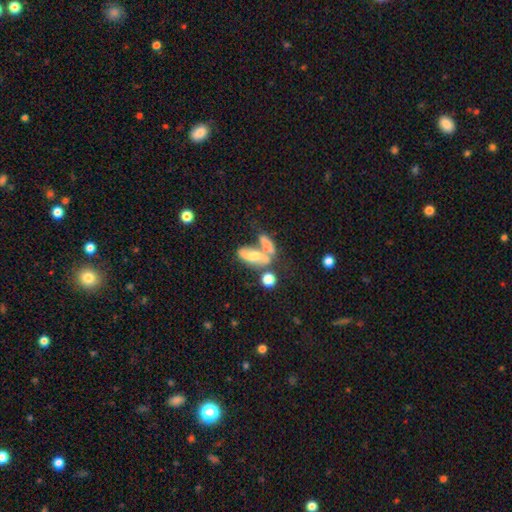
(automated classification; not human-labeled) smooth_or_featured: featured or disk (p=0.53) [alt: smooth p=0.36]
disk_edge_on: no (p=0.84) [alt: yes p=0.16]
merging: merger (p=0.46) [alt: none p=0.26]